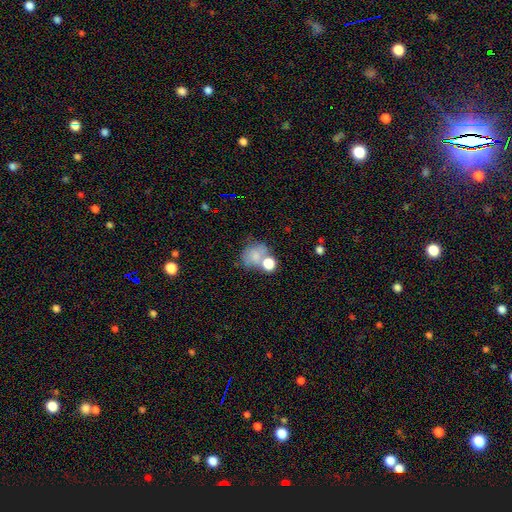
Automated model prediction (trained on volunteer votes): Morphology: type=smooth (68%); roundness=round (59%); merging=merger (36%).